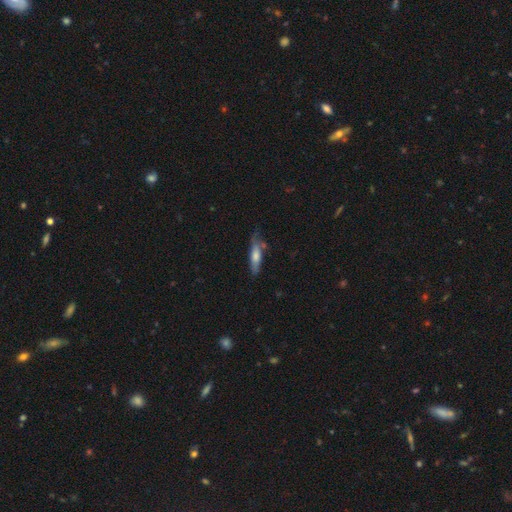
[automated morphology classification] This appears to be a smooth galaxy with no disk features (56%) that is cigar-shaped (70%). Merging: none (60%).